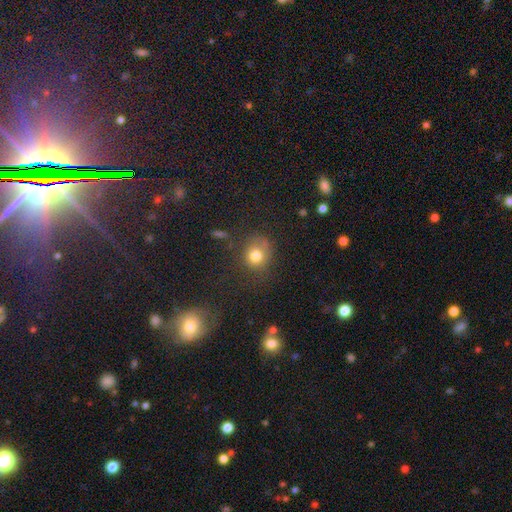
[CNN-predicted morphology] This appears to be a smooth galaxy with no disk features (77%) that is round (80%). Merging: none (67%).